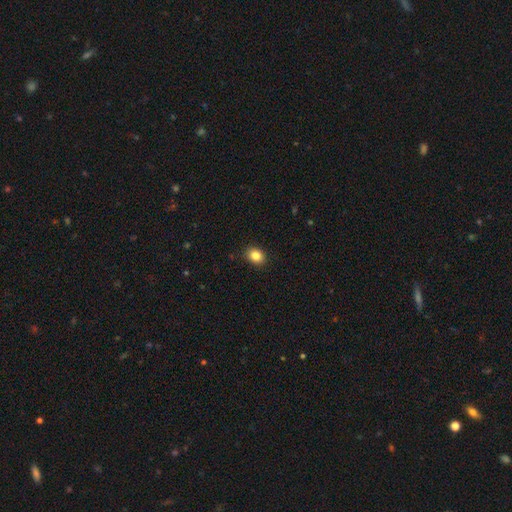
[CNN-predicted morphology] This appears to be a smooth galaxy with no disk features (85%) that is in between round and cigar-shaped (54%). Merging: none (89%).